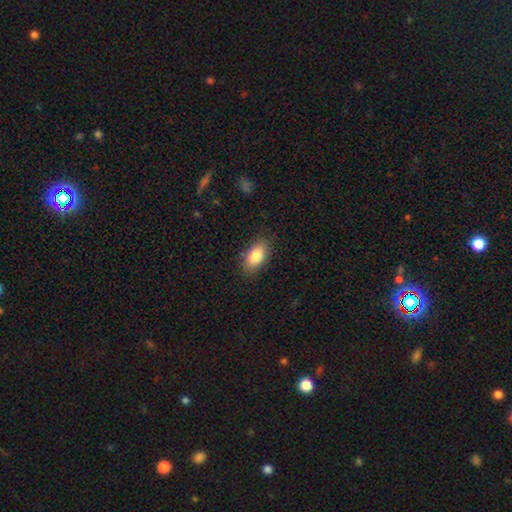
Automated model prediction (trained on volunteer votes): Morphology: type=smooth (83%); roundness=in between (91%); merging=none (85%).